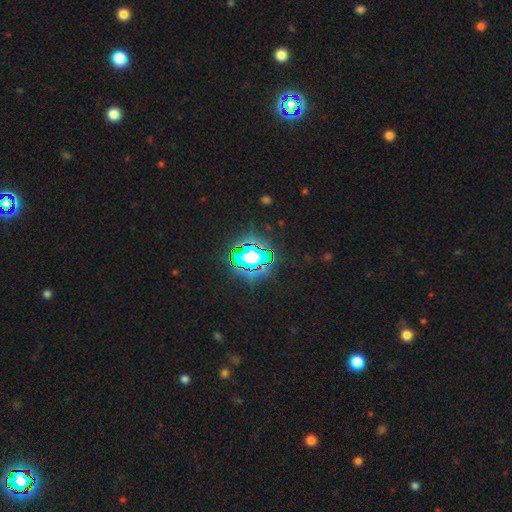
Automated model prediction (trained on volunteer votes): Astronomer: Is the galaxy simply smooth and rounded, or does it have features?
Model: star or artifact — 69%.